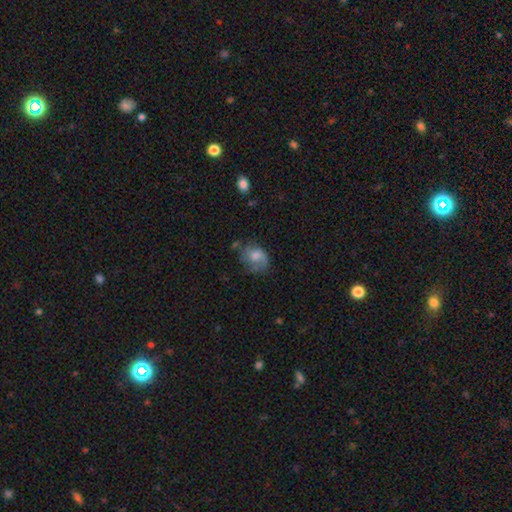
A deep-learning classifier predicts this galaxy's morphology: Q: Smooth or featured?
A: smooth (53%); runner-up: featured or disk (36%)
Q: How rounded?
A: in between (58%); runner-up: round (40%)
Q: Merging?
A: none (48%); runner-up: minor disturbance (30%)